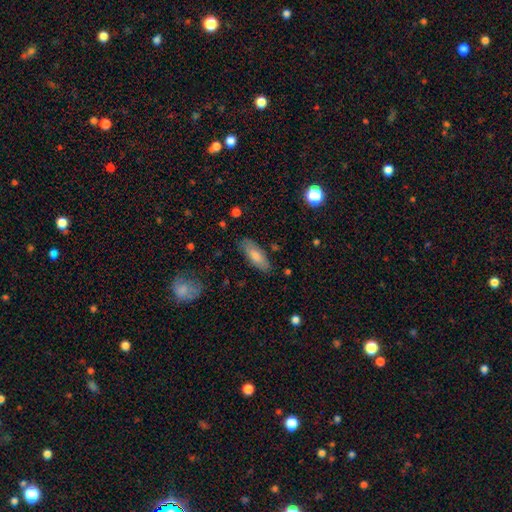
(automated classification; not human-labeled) Smooth or featured? Predicted: smooth (p=0.78). How rounded? Predicted: in between (p=0.69). Merging? Predicted: none (p=0.81).